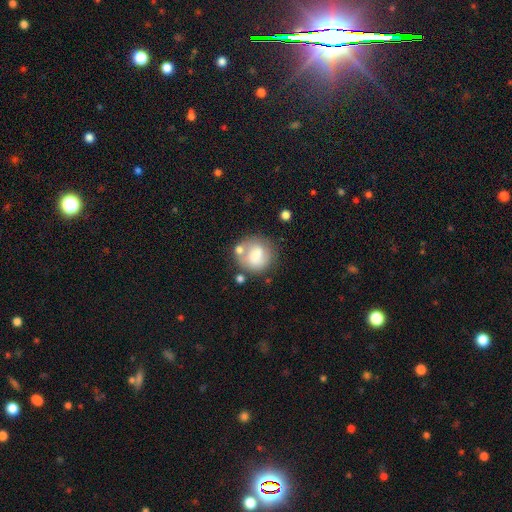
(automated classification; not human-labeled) smooth_or_featured: smooth (p=0.66) [alt: featured or disk p=0.25]
how_rounded: round (p=0.83) [alt: in between p=0.16]
merging: none (p=0.52) [alt: merger p=0.19]